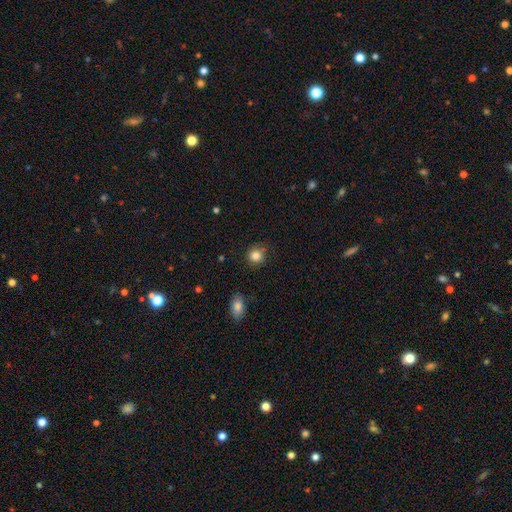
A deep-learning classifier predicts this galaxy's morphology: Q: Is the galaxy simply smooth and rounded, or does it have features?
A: smooth — 84%.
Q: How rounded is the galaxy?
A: round — 88%.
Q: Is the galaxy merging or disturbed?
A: none — 80%.